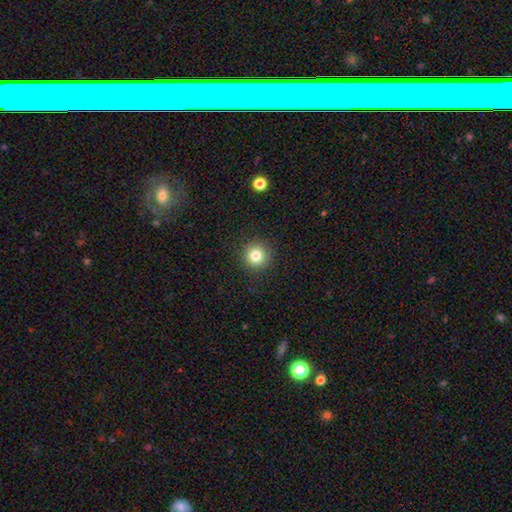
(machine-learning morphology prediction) Smooth or featured? smooth (81%)
How rounded? round (95%)
Merging? none (91%)